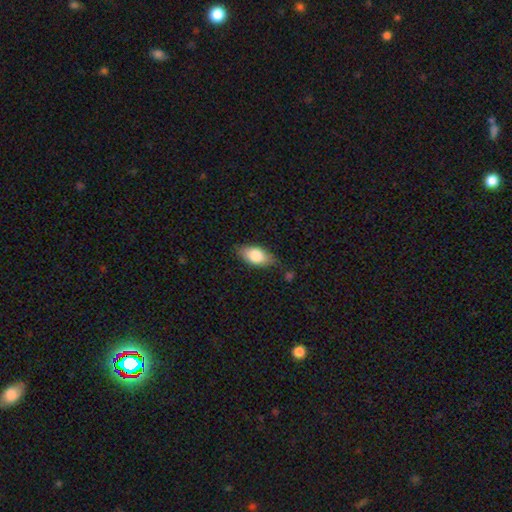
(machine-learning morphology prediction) Smooth or featured? smooth (79%)
How rounded? in between (90%)
Merging? none (74%)